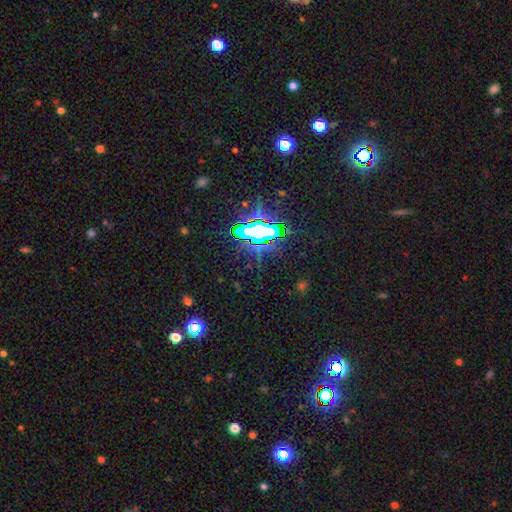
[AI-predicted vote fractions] This appears to be a star or artifact, not a galaxy (78%).